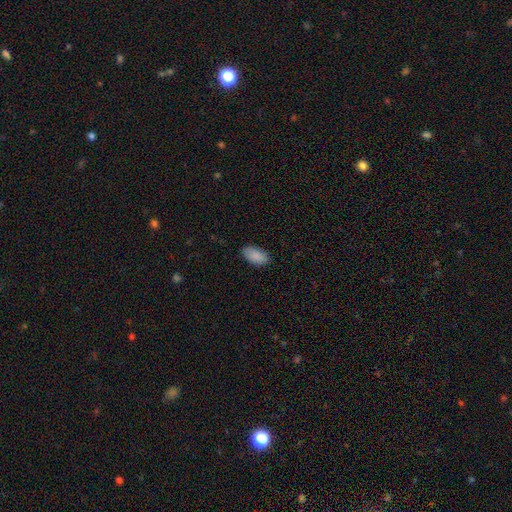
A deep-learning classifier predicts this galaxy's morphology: A smooth galaxy with no disk features (89%) that is in between round and cigar-shaped (95%).

Vote fractions:
- Smooth or featured? smooth: 89% / star or artifact: 7% / featured or disk: 4%
- How rounded? in between: 95% / round: 3% / cigar-shaped: 2%
- Merging? none: 85% / minor disturbance: 12% / major disturbance: 2% / merger: 1%